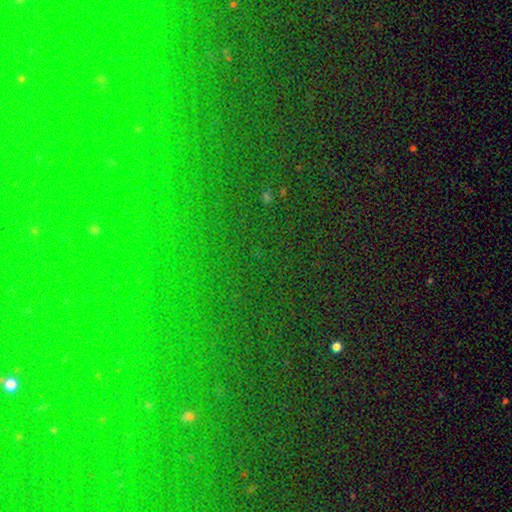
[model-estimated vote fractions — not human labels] smooth_or_featured: star or artifact (p=0.79) [alt: smooth p=0.12]